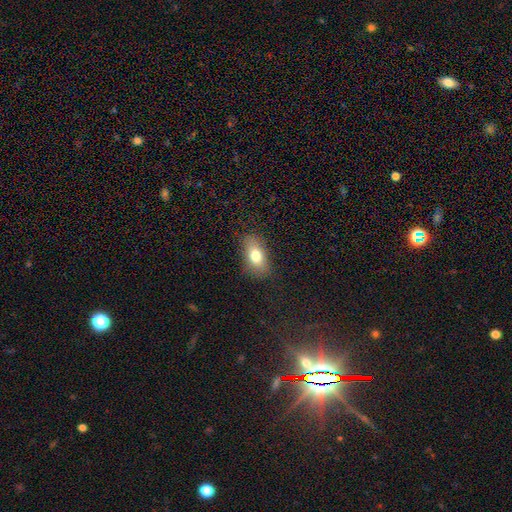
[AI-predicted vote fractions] This is likely a smooth galaxy (76%). How rounded: clearly in between (86%). Merging: clearly none (81%).